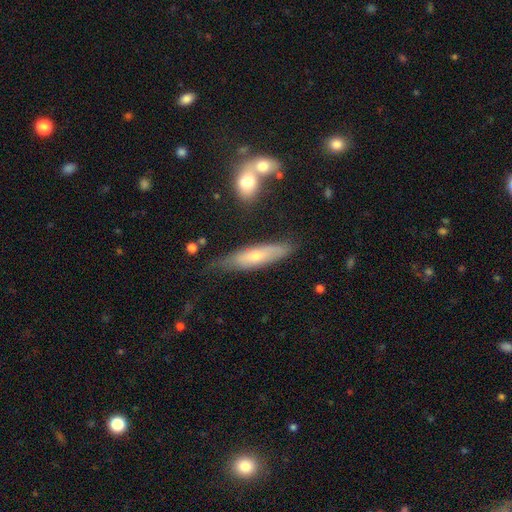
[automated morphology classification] This appears to be a smooth galaxy with no disk features (51%) that is cigar-shaped (66%). Merging: none (65%).